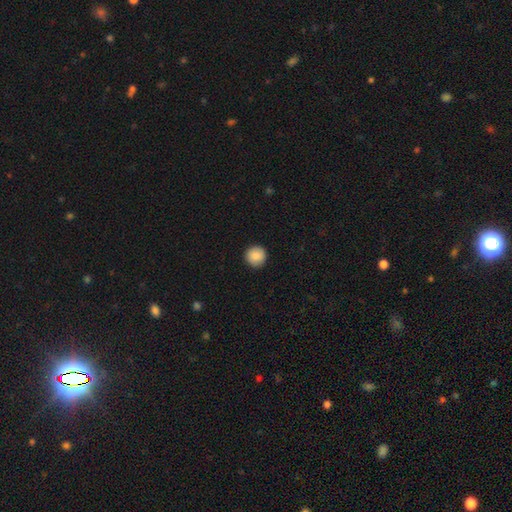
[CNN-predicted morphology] This appears to be a smooth galaxy with no disk features (87%) that is round (96%). Merging: none (93%).